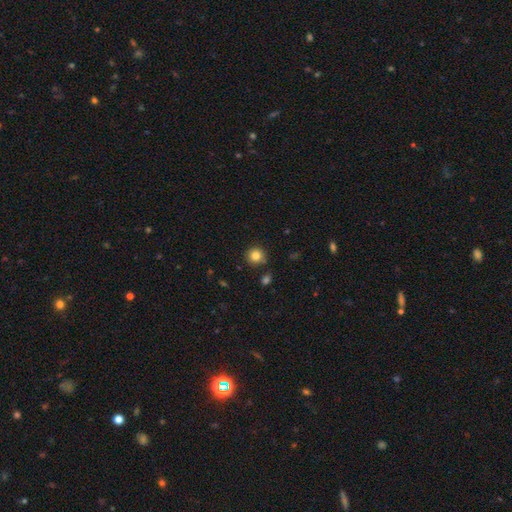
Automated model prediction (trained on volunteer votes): Smooth or featured? smooth (83%)
How rounded? round (92%)
Merging? none (84%)